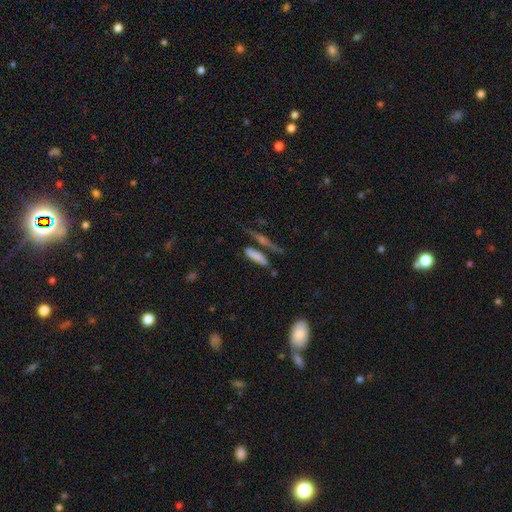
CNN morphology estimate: type=smooth (70%); roundness=cigar-shaped (71%); merging=none (54%).